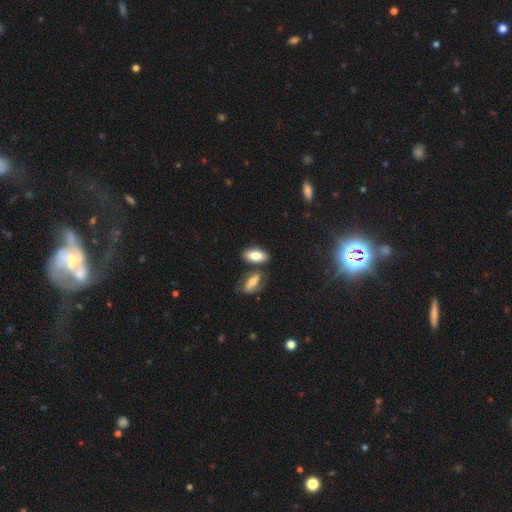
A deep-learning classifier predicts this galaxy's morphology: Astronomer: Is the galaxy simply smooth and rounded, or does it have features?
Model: smooth — 81%.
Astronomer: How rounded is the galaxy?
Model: in between — 87%.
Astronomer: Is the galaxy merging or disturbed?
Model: none — 67%.